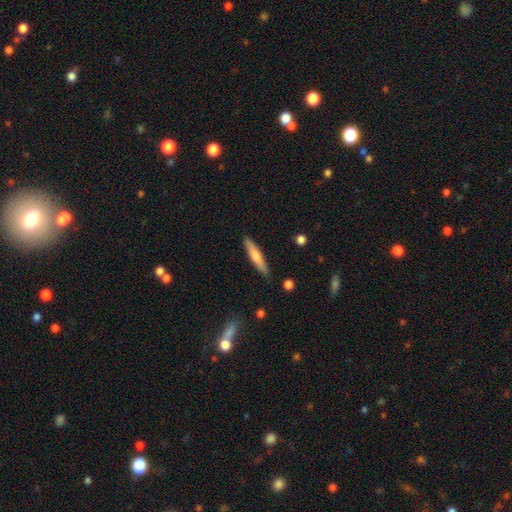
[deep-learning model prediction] Q: Smooth or featured?
A: smooth (65%); runner-up: featured or disk (29%)
Q: How rounded?
A: cigar-shaped (88%); runner-up: in between (10%)
Q: Merging?
A: none (87%); runner-up: minor disturbance (9%)